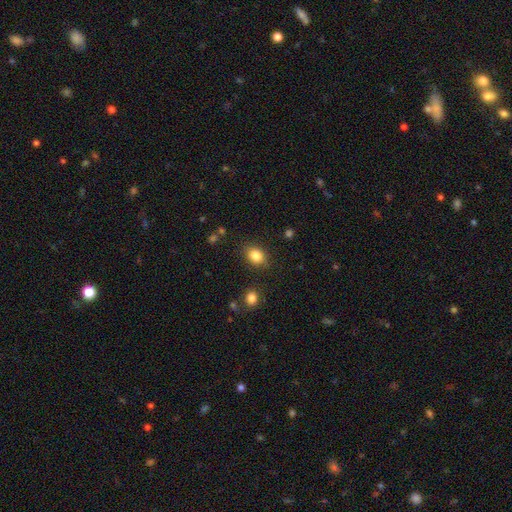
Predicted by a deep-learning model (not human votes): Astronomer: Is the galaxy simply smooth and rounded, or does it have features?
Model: smooth — 84%.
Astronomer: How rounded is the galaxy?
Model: in between — 63%.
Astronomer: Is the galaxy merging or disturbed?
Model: none — 84%.